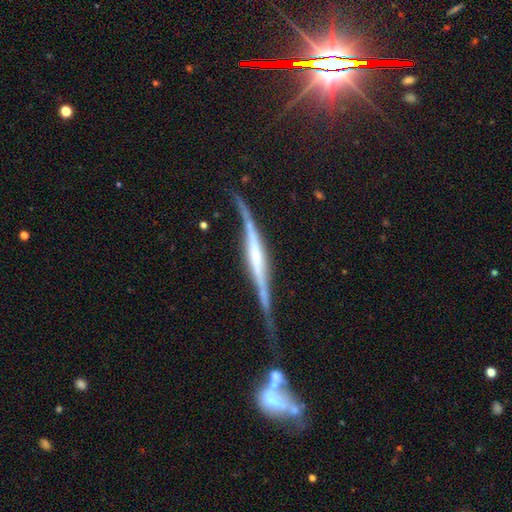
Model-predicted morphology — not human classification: A featured or disk galaxy (81%) viewed edge-on (89%) with a boxy central bulge (42%). Merging: none (50%).